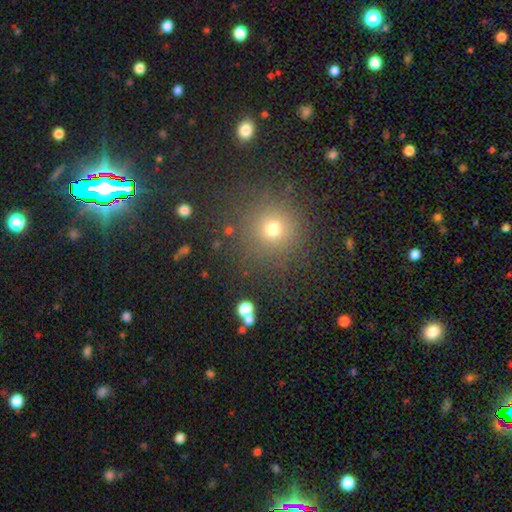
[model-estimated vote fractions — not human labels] This is possibly a star or artifact rather than a galaxy (48%).